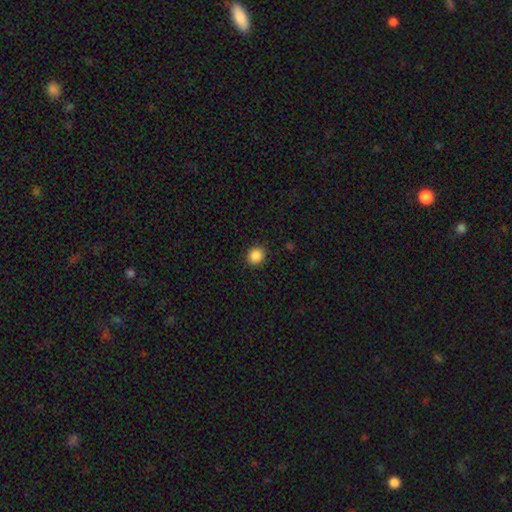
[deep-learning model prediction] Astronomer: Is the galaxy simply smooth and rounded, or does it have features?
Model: smooth — 88%.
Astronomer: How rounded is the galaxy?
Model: round — 83%.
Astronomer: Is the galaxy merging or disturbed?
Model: none — 91%.